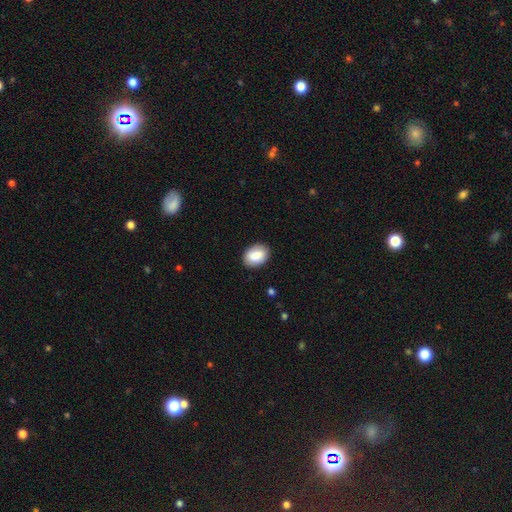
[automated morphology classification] Q: Smooth or featured?
A: smooth (87%); runner-up: featured or disk (7%)
Q: How rounded?
A: in between (81%); runner-up: round (18%)
Q: Merging?
A: none (87%); runner-up: minor disturbance (10%)